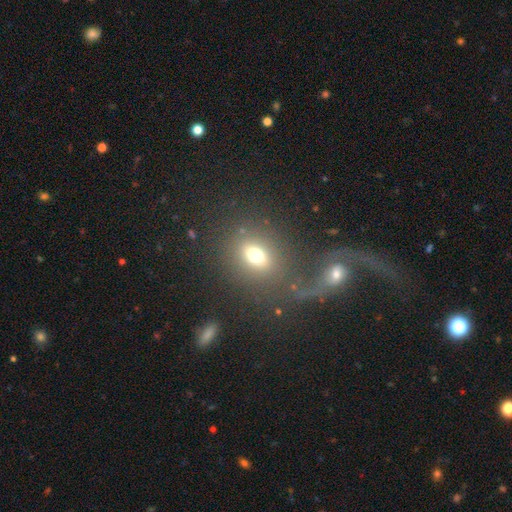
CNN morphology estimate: smooth-or-featured: smooth: 69% | star or artifact: 16% | featured or disk: 15%
  how-rounded: in between: 55% | round: 41% | cigar-shaped: 4%
  merging: none: 70% | minor disturbance: 11% | merger: 10% | major disturbance: 9%